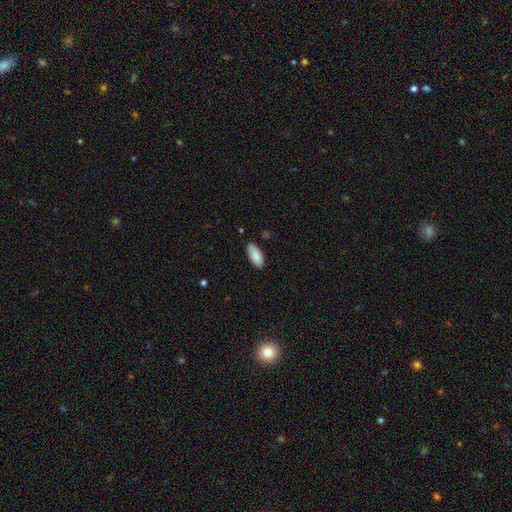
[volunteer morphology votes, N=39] type=smooth (95%); roundness=in between (73%); merging=none (92%).